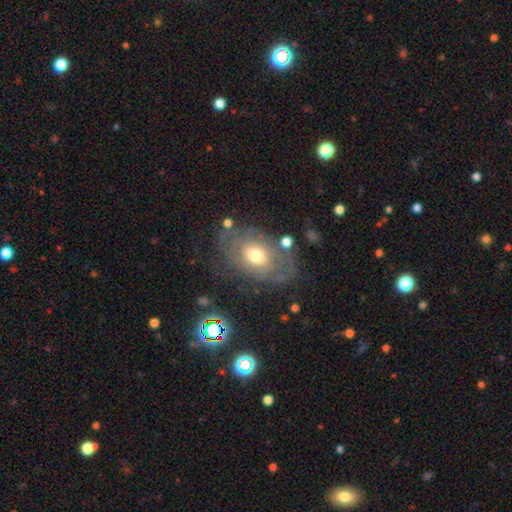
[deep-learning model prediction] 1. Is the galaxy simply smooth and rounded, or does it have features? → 65% featured or disk, 26% smooth, 9% star or artifact.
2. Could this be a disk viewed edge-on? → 94% no, 6% yes.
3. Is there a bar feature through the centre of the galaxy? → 76% no, 20% weak, 4% strong.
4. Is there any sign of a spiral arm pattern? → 67% yes, 33% no.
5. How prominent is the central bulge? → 65% moderate, 16% large, 16% small, 2% dominant, 1% none.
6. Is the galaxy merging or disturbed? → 65% none, 19% minor disturbance, 13% major disturbance, 3% merger.